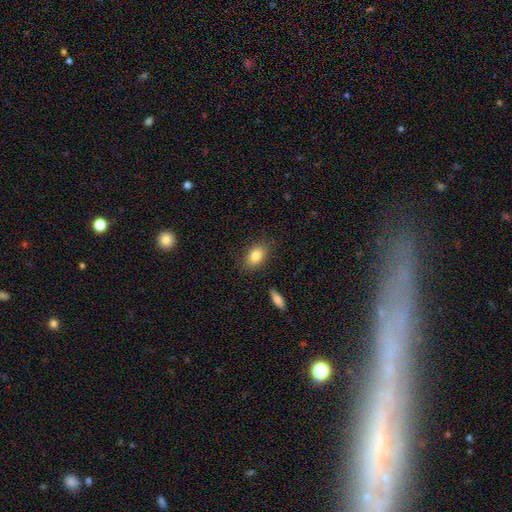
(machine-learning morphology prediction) This appears to be a smooth galaxy with no disk features (84%) that is in between round and cigar-shaped (85%). Merging: none (83%).